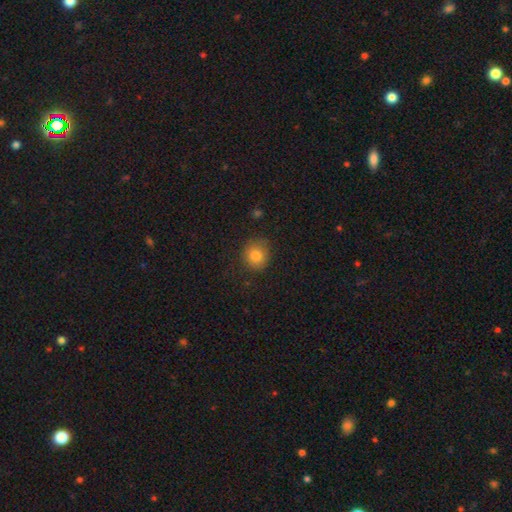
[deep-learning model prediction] This appears to be a smooth galaxy with no disk features (82%) that is round (85%). Merging: none (82%).